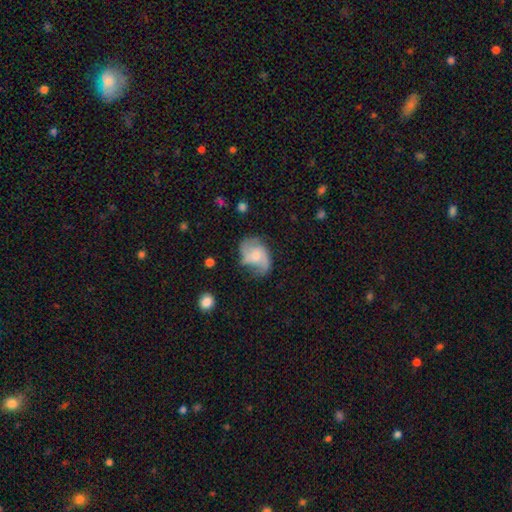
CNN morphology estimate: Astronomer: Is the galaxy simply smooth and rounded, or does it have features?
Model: featured or disk — 69%.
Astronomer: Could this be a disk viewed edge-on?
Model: no — 97%.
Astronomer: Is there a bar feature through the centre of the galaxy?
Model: no — 58% (runner-up: weak, 35%).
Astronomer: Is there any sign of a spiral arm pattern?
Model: yes — 90%.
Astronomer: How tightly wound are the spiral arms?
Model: loose — 44% (runner-up: medium, 42%).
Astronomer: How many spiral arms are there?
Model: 2 — 74%.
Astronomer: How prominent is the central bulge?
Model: small — 49% (runner-up: moderate, 37%).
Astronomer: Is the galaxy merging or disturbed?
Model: none — 54%.